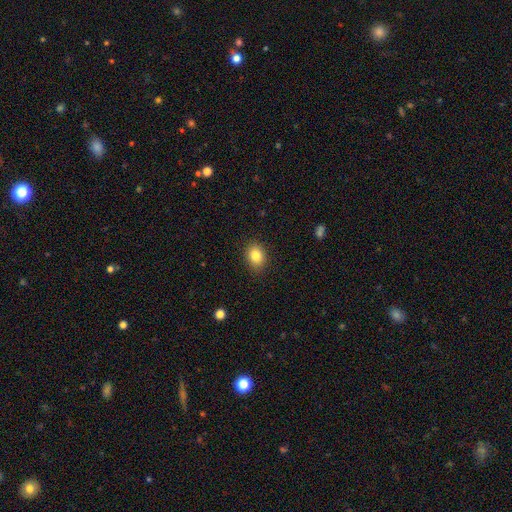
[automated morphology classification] smooth_or_featured: smooth (p=0.83) [alt: star or artifact p=0.10]
how_rounded: in between (p=0.60) [alt: round p=0.39]
merging: none (p=0.88) [alt: minor disturbance p=0.09]